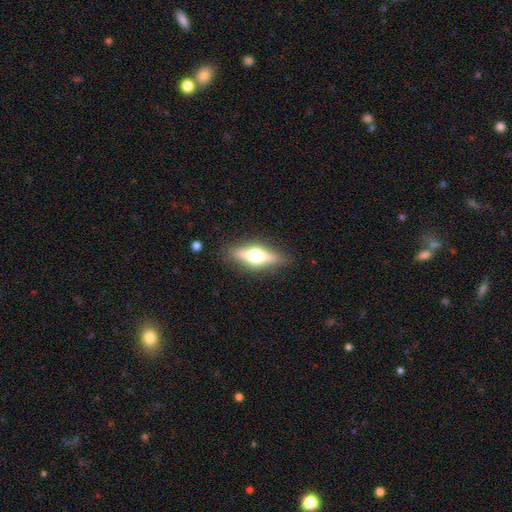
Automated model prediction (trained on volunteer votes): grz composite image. It shows a featured or disk galaxy (57%) viewed edge-on (91%) with a rounded central bulge (95%). Merging: none (86%).